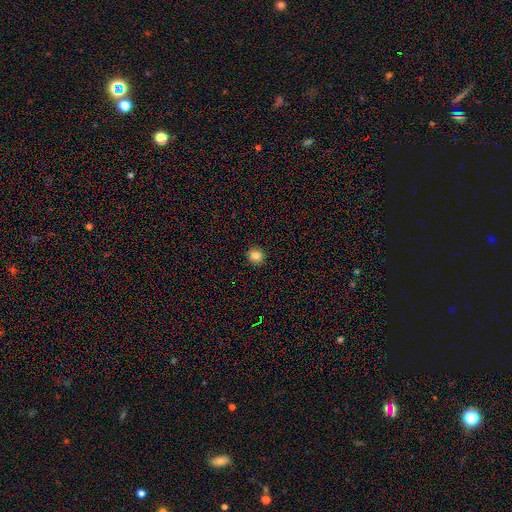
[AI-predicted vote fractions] Smooth or featured: smooth — 85% (star or artifact — 11%)
How rounded: round — 87% (in between — 12%)
Merging: none — 92% (minor disturbance — 5%)